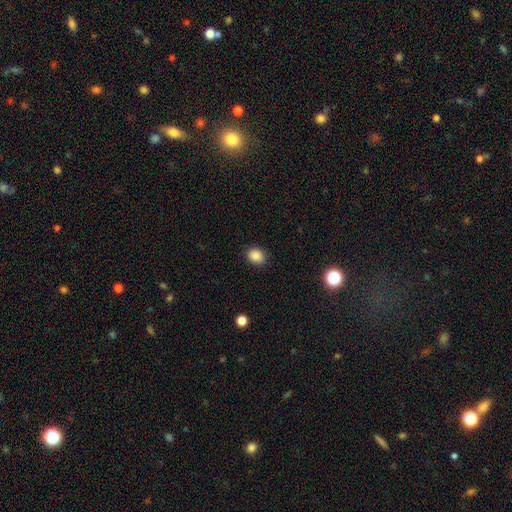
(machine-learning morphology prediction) Q: Smooth or featured?
A: smooth (87%); runner-up: star or artifact (10%)
Q: How rounded?
A: round (59%); runner-up: in between (40%)
Q: Merging?
A: none (88%); runner-up: minor disturbance (8%)